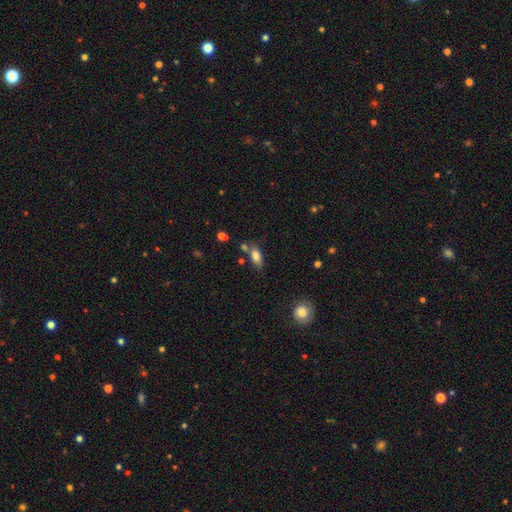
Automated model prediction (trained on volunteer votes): Smooth or featured: smooth — 79% (featured or disk — 12%)
How rounded: in between — 83% (cigar-shaped — 13%)
Merging: none — 61% (minor disturbance — 19%)